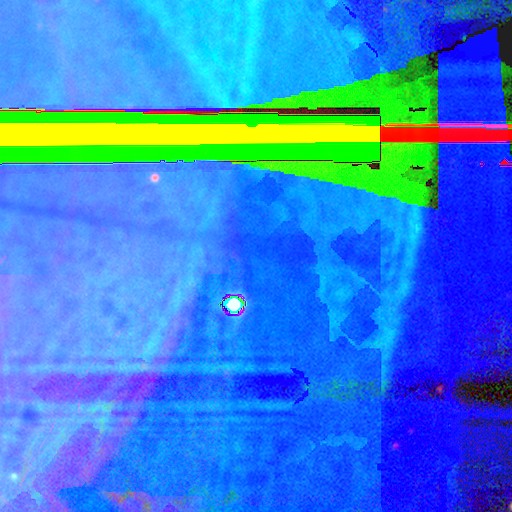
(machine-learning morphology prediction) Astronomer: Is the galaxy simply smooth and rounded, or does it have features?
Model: star or artifact — 88%.